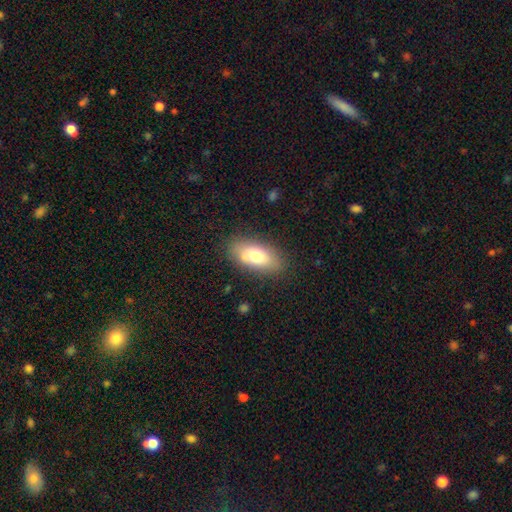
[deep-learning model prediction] This is likely a smooth galaxy (73%). How rounded: clearly in between (86%). Merging: clearly none (81%).